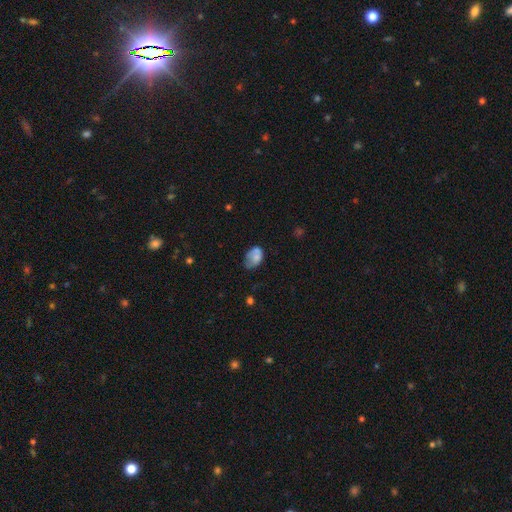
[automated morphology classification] This is likely a smooth galaxy (69%). How rounded: clearly in between (82%). Merging: marginally minor disturbance (38%).